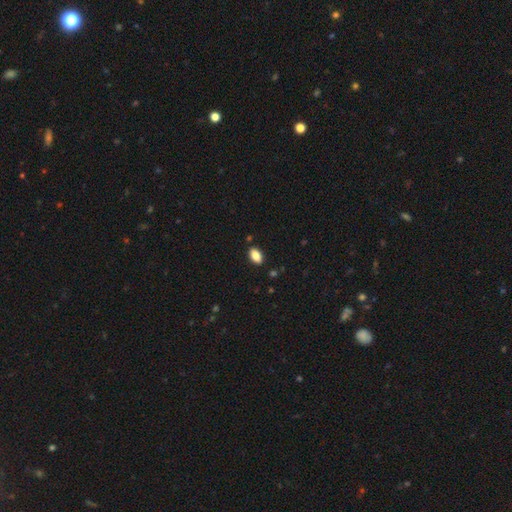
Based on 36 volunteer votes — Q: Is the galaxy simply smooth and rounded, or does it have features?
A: smooth — 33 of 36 (92%).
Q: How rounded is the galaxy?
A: in between — 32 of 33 (97%).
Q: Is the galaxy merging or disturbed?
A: none — 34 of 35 (97%).